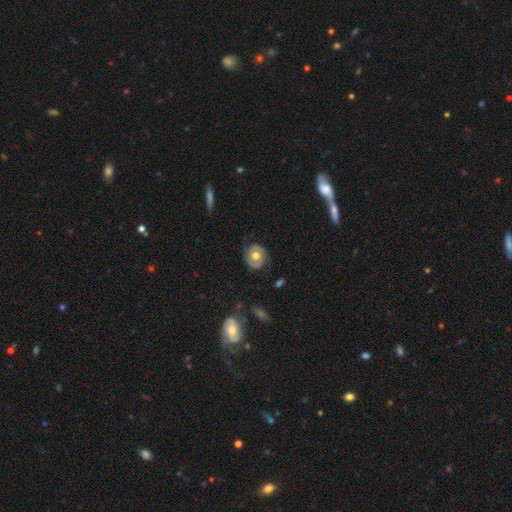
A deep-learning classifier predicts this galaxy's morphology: A featured or disk galaxy (61%) with no bar (76%), spiral arms (71%) and a moderate central bulge (76%). Merging: none (79%).